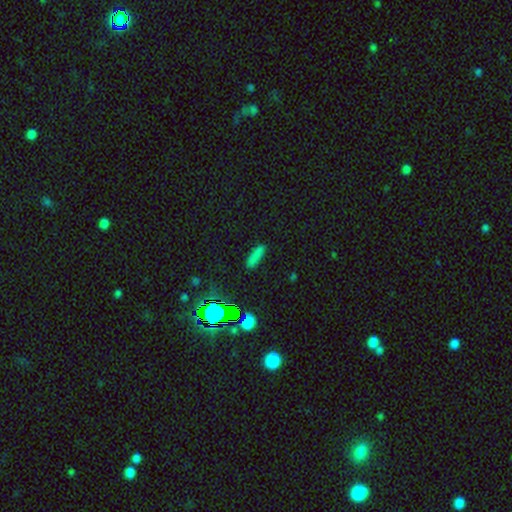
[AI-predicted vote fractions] Q: Smooth or featured?
A: smooth (73%); runner-up: star or artifact (20%)
Q: How rounded?
A: cigar-shaped (64%); runner-up: in between (33%)
Q: Merging?
A: none (84%); runner-up: minor disturbance (11%)